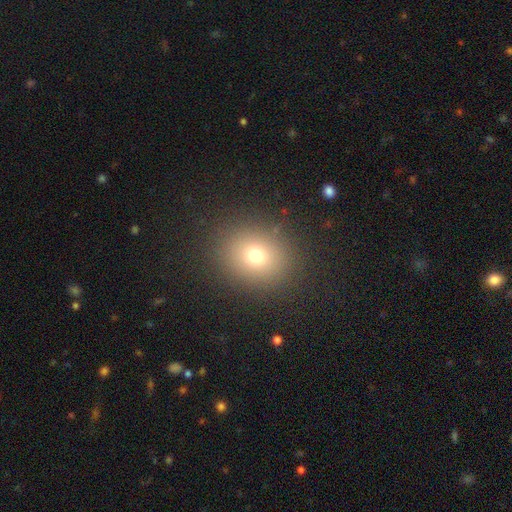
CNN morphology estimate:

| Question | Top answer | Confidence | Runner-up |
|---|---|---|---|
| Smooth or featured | smooth | 73% | star or artifact (17%) |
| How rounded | round | 69% | in between (30%) |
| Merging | none | 88% | minor disturbance (7%) |